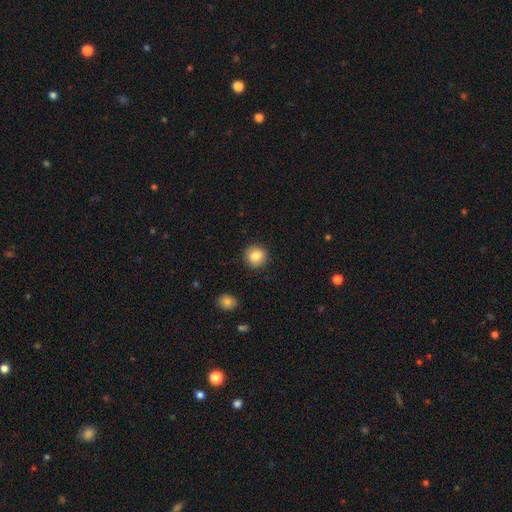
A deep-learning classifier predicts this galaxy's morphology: Overall: smooth (84%). How rounded: round (91%). Merging: none (91%).